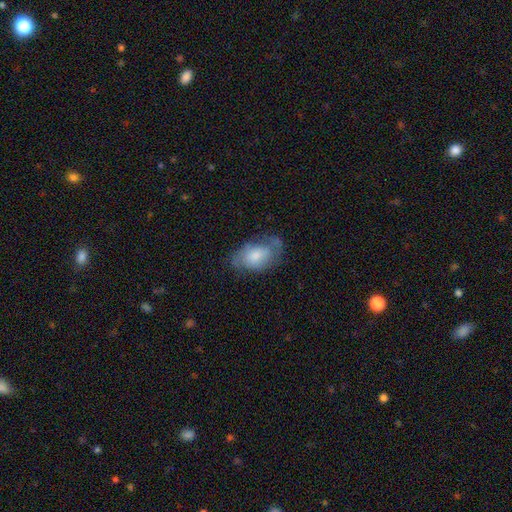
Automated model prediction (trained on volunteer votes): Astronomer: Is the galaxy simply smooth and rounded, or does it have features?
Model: smooth — 62%.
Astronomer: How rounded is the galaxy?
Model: in between — 91%.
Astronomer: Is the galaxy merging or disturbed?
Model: none — 47% (runner-up: minor disturbance, 32%).